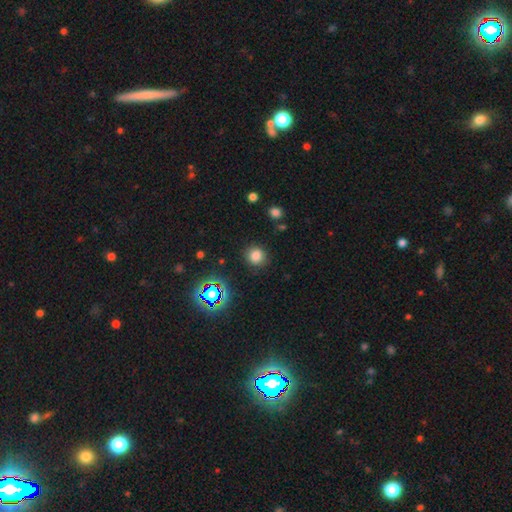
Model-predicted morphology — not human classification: Smooth or featured?
  - smooth: 77% *
  - star or artifact: 17%
  - featured or disk: 6%
How rounded?
  - round: 88% *
  - in between: 11%
  - cigar-shaped: 1%
Merging?
  - none: 87% *
  - minor disturbance: 9%
  - major disturbance: 3%
  - merger: 2%